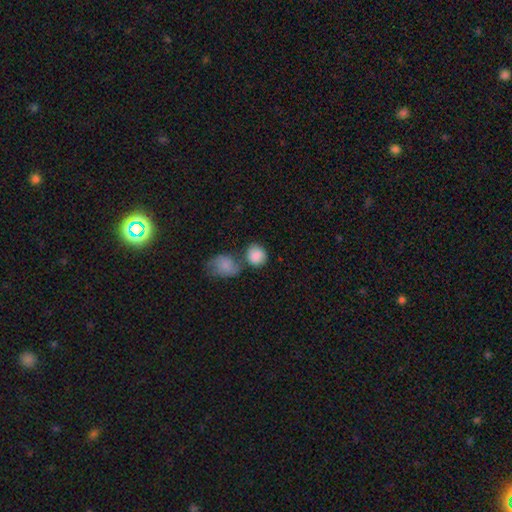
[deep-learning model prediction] This appears to be a smooth galaxy with no disk features (86%) that is round (68%). Merging: none (44%).